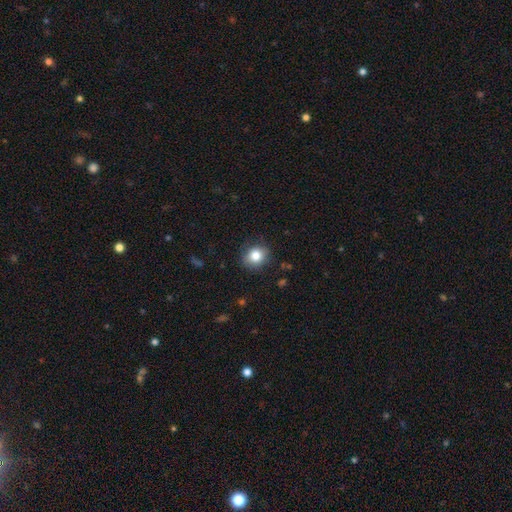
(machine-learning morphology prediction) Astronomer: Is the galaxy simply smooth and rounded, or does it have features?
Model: smooth — 82%.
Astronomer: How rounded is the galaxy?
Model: round — 77%.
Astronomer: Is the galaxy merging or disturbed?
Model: none — 86%.